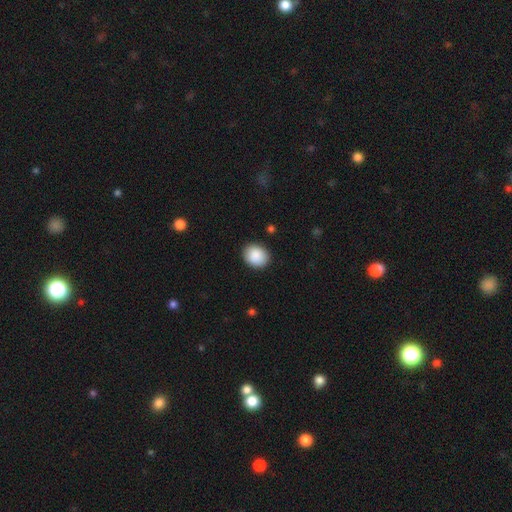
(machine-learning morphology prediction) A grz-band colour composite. It shows a smooth galaxy with no disk features (90%) that is round (62%). Merging: none (90%).